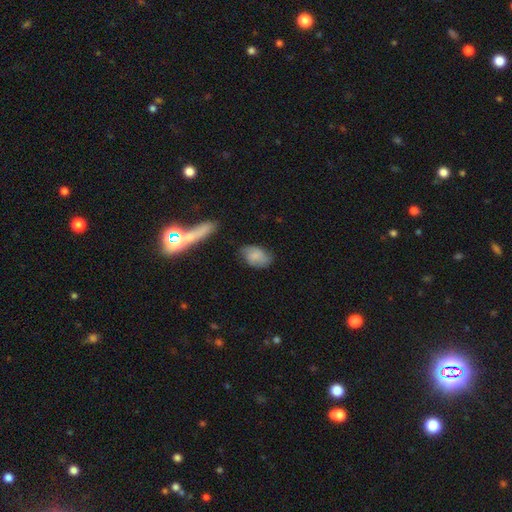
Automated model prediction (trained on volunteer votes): smooth_or_featured: smooth (p=0.71) [alt: featured or disk p=0.21]
how_rounded: in between (p=0.87) [alt: round p=0.11]
merging: none (p=0.66) [alt: minor disturbance p=0.24]